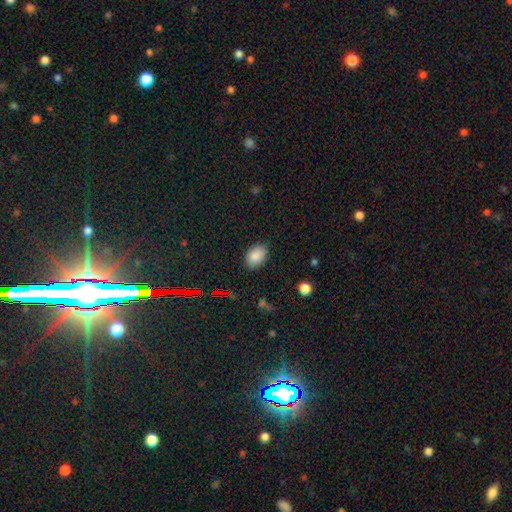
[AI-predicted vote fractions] This appears to be a smooth galaxy with no disk features (85%) that is in between round and cigar-shaped (83%). Merging: none (83%).